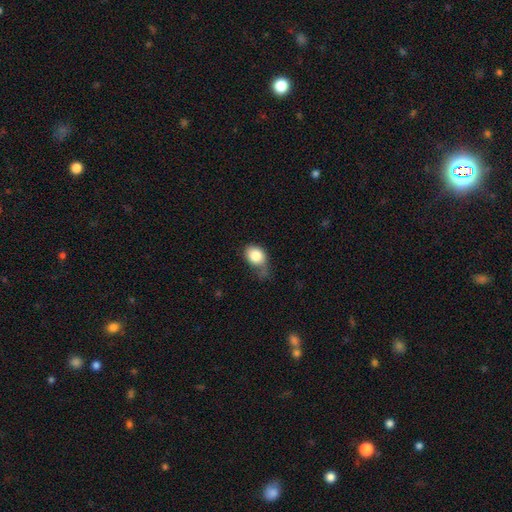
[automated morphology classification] This is clearly a smooth galaxy (83%). How rounded: likely in between (62%). Merging: marginally minor disturbance (37%).